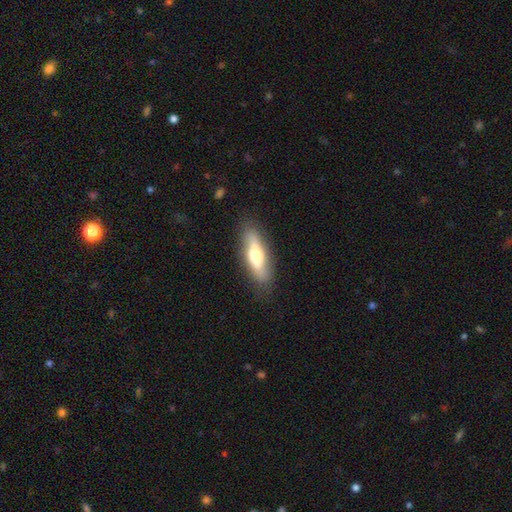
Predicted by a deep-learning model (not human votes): This is possibly a smooth galaxy (56%). How rounded: possibly in between (52%). Merging: clearly none (83%).